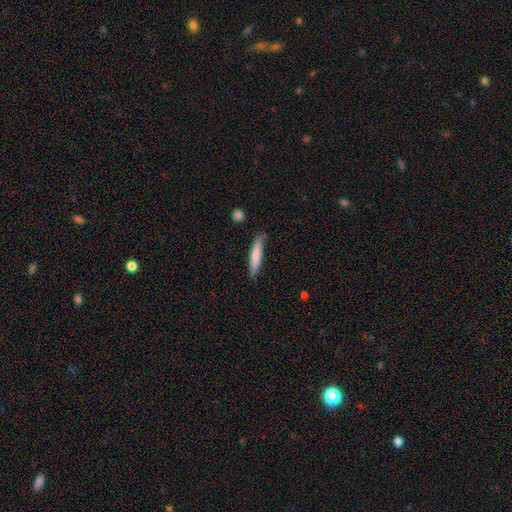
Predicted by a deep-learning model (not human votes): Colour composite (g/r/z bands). It shows a smooth galaxy with no disk features (76%) that is cigar-shaped (89%). Merging: none (80%).